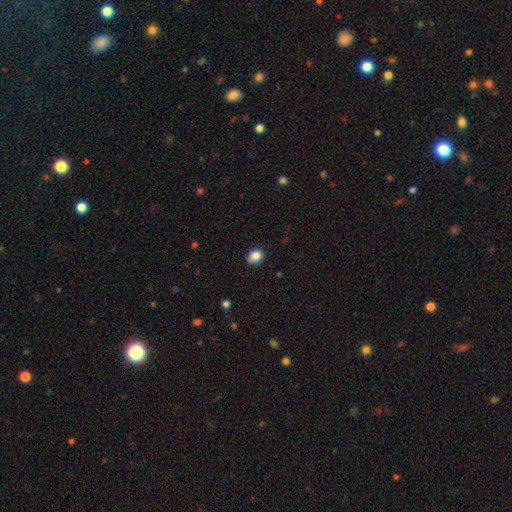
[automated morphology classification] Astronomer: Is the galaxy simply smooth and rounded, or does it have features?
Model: smooth — 86%.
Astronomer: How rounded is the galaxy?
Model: in between — 57% (runner-up: round, 42%).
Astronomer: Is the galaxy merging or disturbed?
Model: none — 82%.